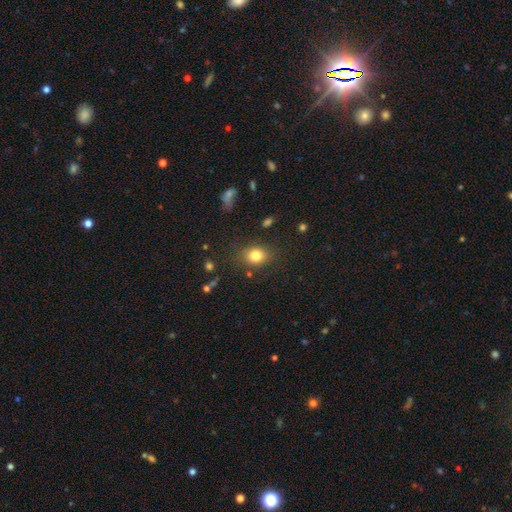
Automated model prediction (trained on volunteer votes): Overall: smooth (81%). How rounded: round (57%; in between 42%). Merging: none (80%).